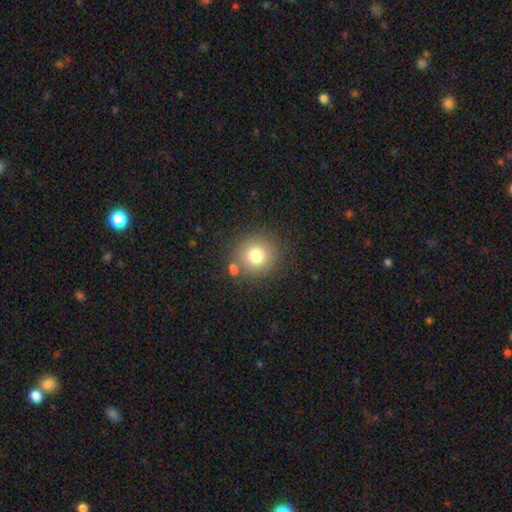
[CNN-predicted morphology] type=smooth (78%); roundness=round (93%); merging=none (79%).